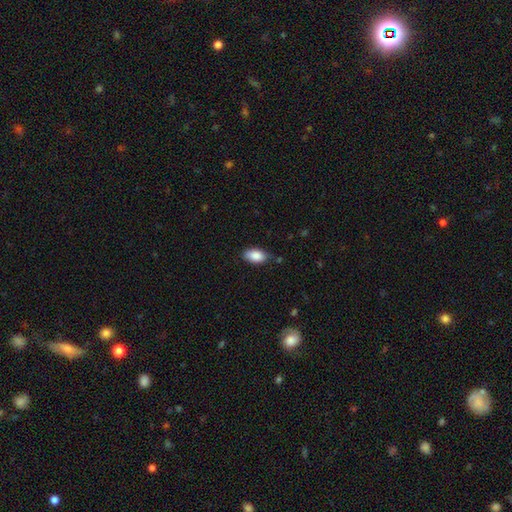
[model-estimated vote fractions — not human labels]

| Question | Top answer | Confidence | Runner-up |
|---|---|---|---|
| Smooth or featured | smooth | 87% | star or artifact (7%) |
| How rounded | in between | 93% | round (4%) |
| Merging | none | 77% | minor disturbance (18%) |